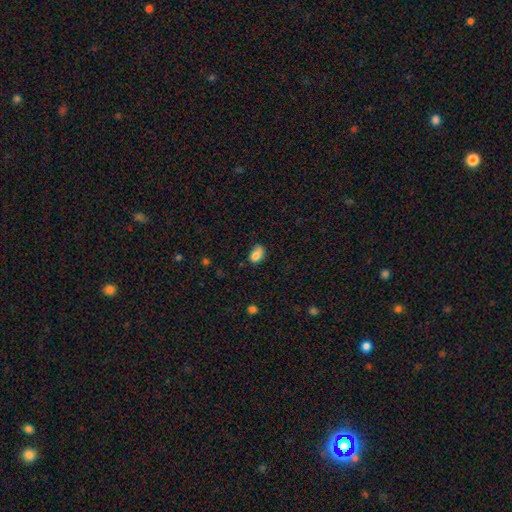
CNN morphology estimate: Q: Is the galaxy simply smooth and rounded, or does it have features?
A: smooth — 80%.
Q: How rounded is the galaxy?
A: in between — 78%.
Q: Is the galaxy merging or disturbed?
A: none — 52%.